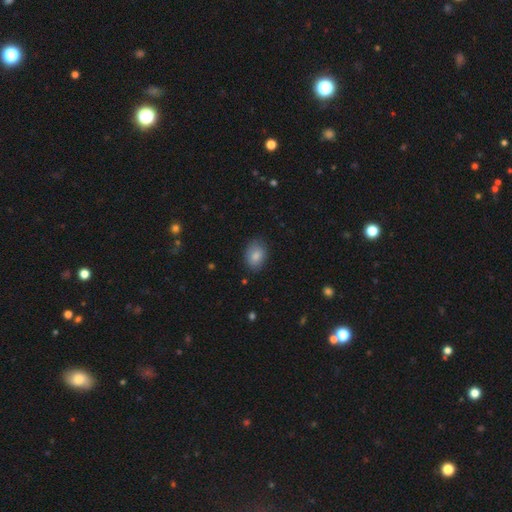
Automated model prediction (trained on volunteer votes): Morphology: type=smooth (83%); roundness=in between (73%); merging=none (81%).